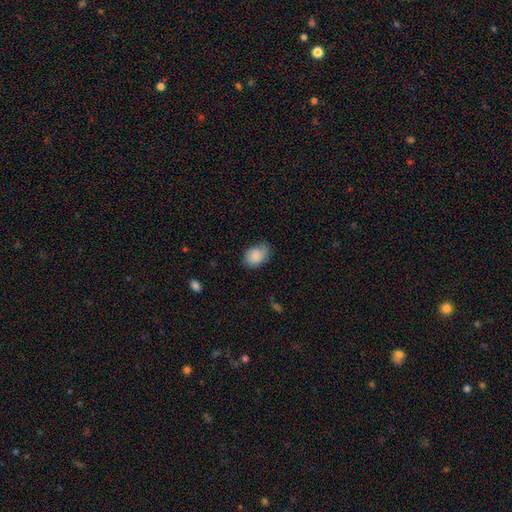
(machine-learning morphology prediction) Q: Smooth or featured?
A: smooth (85%); runner-up: featured or disk (8%)
Q: How rounded?
A: in between (76%); runner-up: round (22%)
Q: Merging?
A: none (62%); runner-up: minor disturbance (30%)